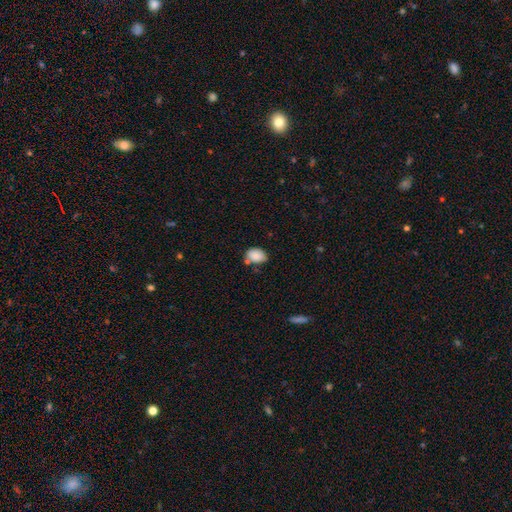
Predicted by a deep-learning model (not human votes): Smooth or featured: smooth — 87% (star or artifact — 8%)
How rounded: in between — 77% (round — 21%)
Merging: none — 63% (minor disturbance — 21%)